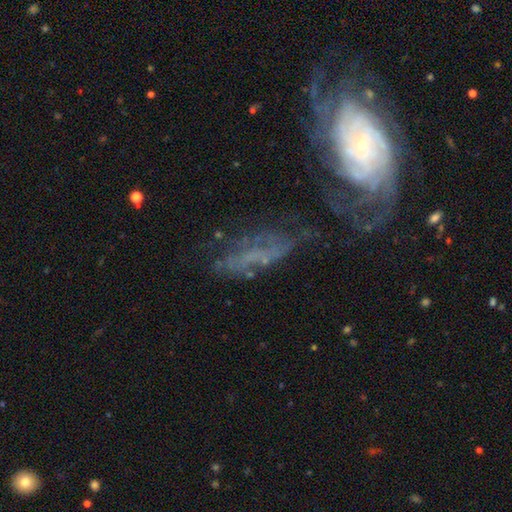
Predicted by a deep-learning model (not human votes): Smooth or featured? Predicted: featured or disk (p=0.69). Edge-on disk? Predicted: no (p=0.90). Bar? Predicted: no (p=0.55). Spiral arms? Predicted: yes (p=0.85). Spiral winding? Predicted: tight (p=0.57). Spiral arm count? Predicted: can't tell (p=0.42). Bulge size? Predicted: small (p=0.59). Merging? Predicted: none (p=0.51).